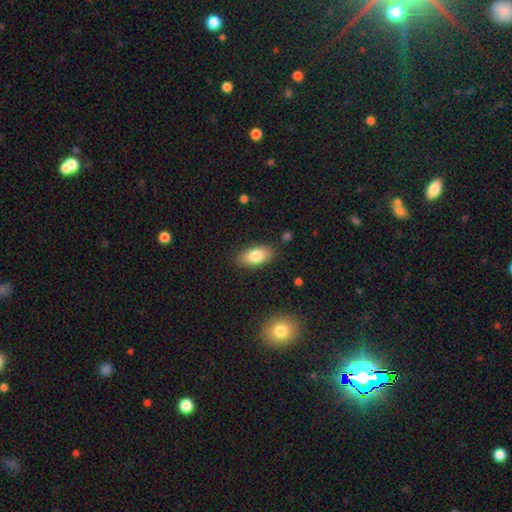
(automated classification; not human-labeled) Smooth or featured? smooth (81%)
How rounded? in between (91%)
Merging? none (85%)